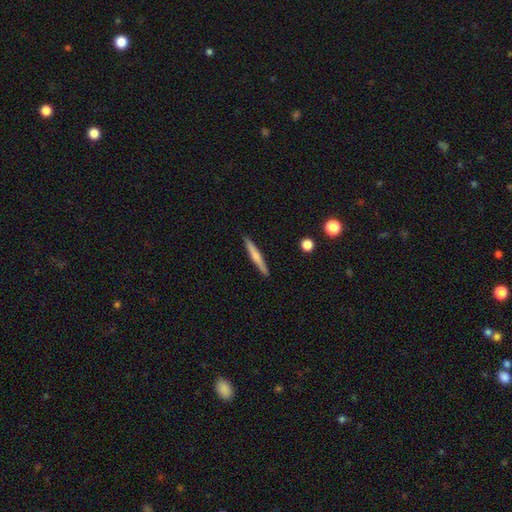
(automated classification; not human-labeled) Smooth or featured?
  - smooth: 53% *
  - featured or disk: 41%
  - star or artifact: 6%
How rounded?
  - cigar-shaped: 95% *
  - in between: 4%
  - round: 2%
Merging?
  - none: 91% *
  - minor disturbance: 7%
  - major disturbance: 1%
  - merger: 1%